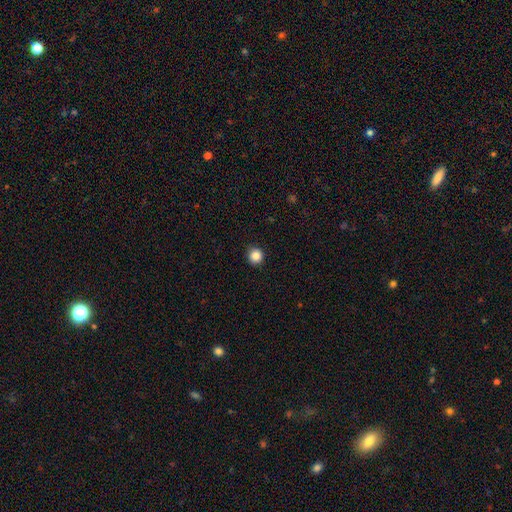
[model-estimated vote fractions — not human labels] Smooth or featured: smooth — 87% (star or artifact — 10%)
How rounded: round — 94% (in between — 5%)
Merging: none — 93% (minor disturbance — 5%)